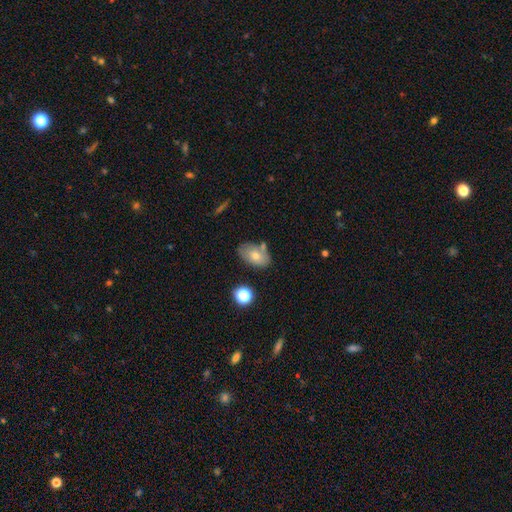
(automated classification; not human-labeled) A smooth galaxy with no disk features (67%) that is in between round and cigar-shaped (87%). Merging: none (65%).